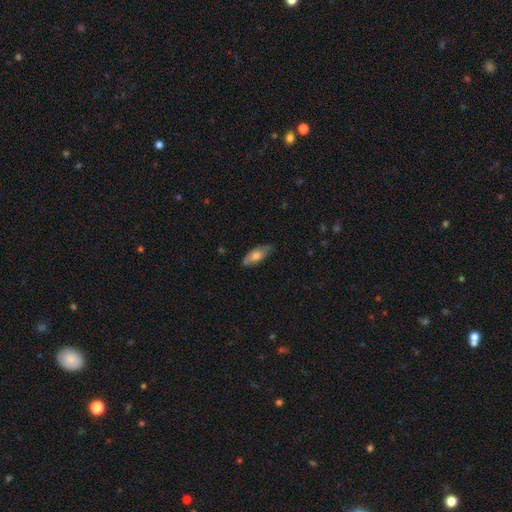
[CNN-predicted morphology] Smooth or featured? smooth (63%)
How rounded? in between (74%)
Merging? none (76%)